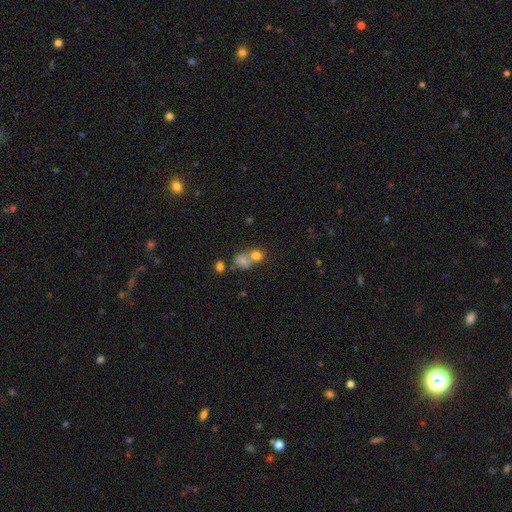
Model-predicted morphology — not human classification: This is likely a smooth galaxy (74%). How rounded: likely round (70%). Merging: possibly merger (51%).